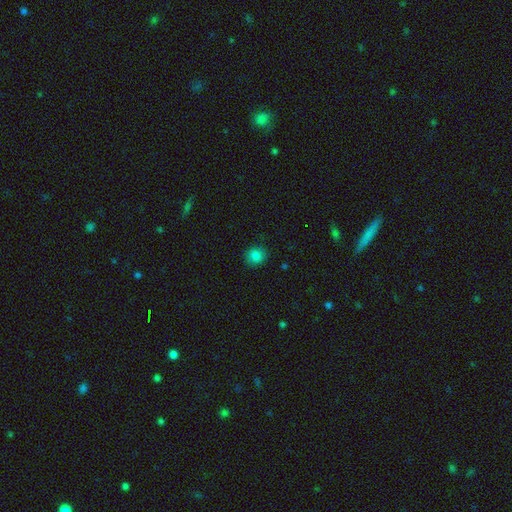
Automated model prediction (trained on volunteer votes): The model was most divided on "smooth or featured": smooth: 82%, star or artifact: 13%, featured or disk: 4%. More confident: merging — none (88%); how rounded — round (85%).